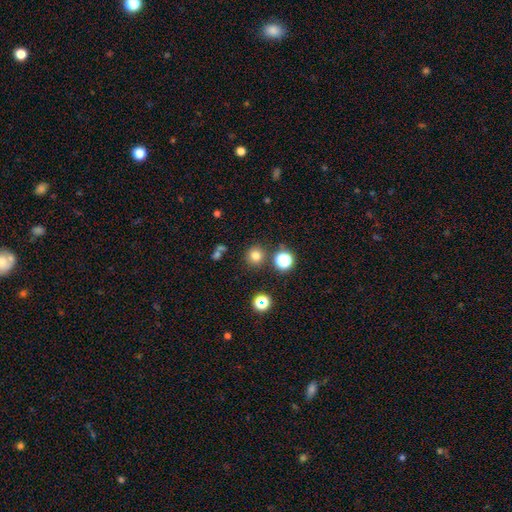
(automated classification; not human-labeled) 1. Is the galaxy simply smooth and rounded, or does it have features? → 75% smooth, 19% star or artifact, 6% featured or disk.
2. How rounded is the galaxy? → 93% round, 6% in between, 1% cigar-shaped.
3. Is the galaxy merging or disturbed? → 85% none, 7% minor disturbance, 5% merger, 3% major disturbance.